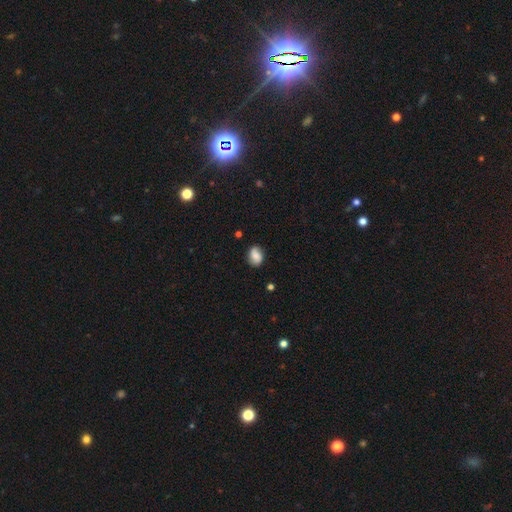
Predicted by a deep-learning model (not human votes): smooth-or-featured: smooth: 78% | featured or disk: 14% | star or artifact: 9%
  how-rounded: in between: 66% | round: 33% | cigar-shaped: 1%
  merging: none: 78% | minor disturbance: 17% | major disturbance: 3% | merger: 2%